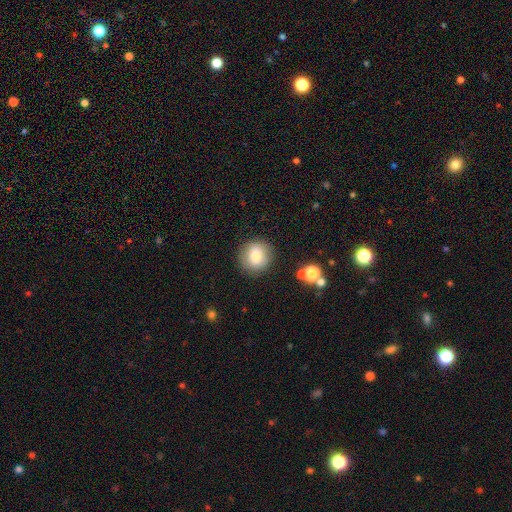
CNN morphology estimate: Overall: smooth (77%). How rounded: round (89%). Merging: none (85%).